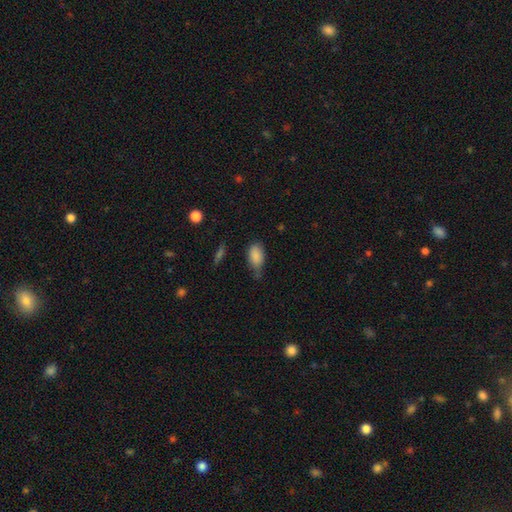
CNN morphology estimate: smooth_or_featured: smooth (p=0.85) [alt: star or artifact p=0.08]
how_rounded: in between (p=0.90) [alt: round p=0.06]
merging: none (p=0.44) [alt: minor disturbance p=0.42]